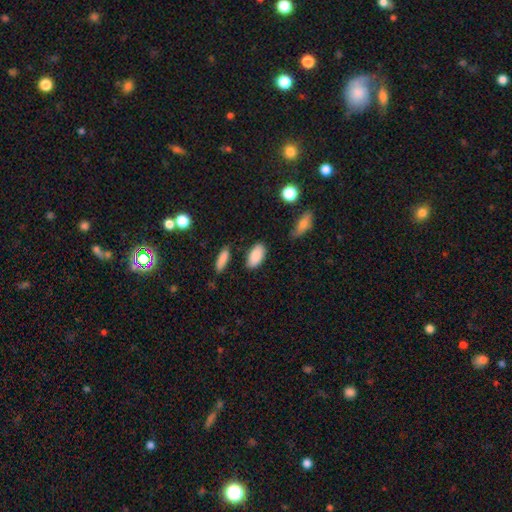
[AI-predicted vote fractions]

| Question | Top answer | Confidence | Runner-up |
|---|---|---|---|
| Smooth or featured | smooth | 88% | star or artifact (7%) |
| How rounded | in between | 93% | cigar-shaped (4%) |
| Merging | none | 81% | minor disturbance (12%) |